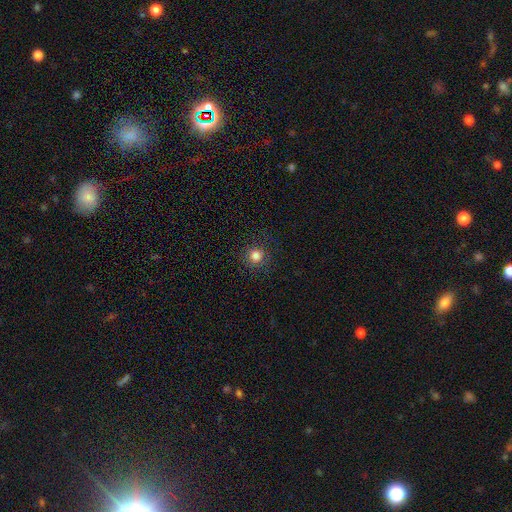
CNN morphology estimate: A smooth galaxy with no disk features (80%) that is round (94%).

Vote fractions:
- Smooth or featured? smooth: 80% / star or artifact: 14% / featured or disk: 6%
- How rounded? round: 94% / in between: 5% / cigar-shaped: 1%
- Merging? none: 88% / minor disturbance: 8% / major disturbance: 3% / merger: 1%